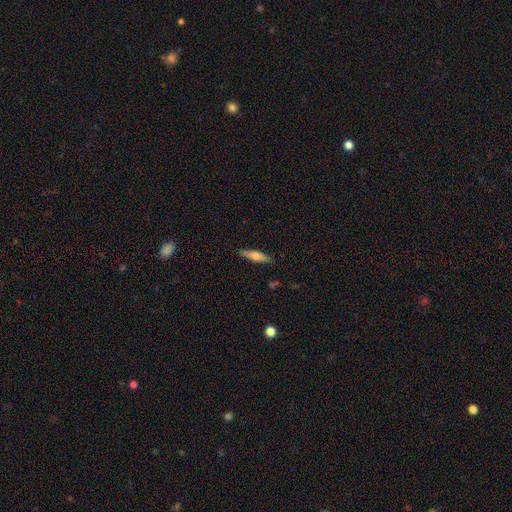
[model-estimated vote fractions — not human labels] A smooth galaxy with no disk features (60%) that is cigar-shaped (72%). Merging: none (86%).